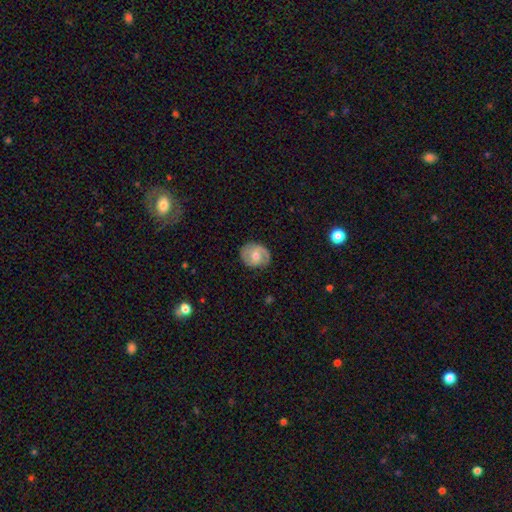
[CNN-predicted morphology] Q: Smooth or featured?
A: featured or disk (53%); runner-up: smooth (40%)
Q: Edge-on disk?
A: no (96%); runner-up: yes (4%)
Q: Bar?
A: no (51%); runner-up: weak (39%)
Q: Spiral arms?
A: yes (74%); runner-up: no (26%)
Q: Bulge size?
A: moderate (65%); runner-up: small (30%)
Q: Merging?
A: none (76%); runner-up: minor disturbance (18%)